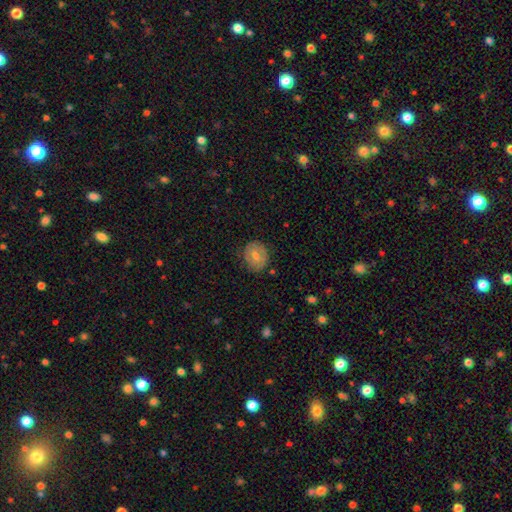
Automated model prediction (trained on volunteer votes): smooth-or-featured: featured or disk: 46% | smooth: 45% | star or artifact: 9%
  merging: none: 82% | minor disturbance: 13% | major disturbance: 3% | merger: 1%